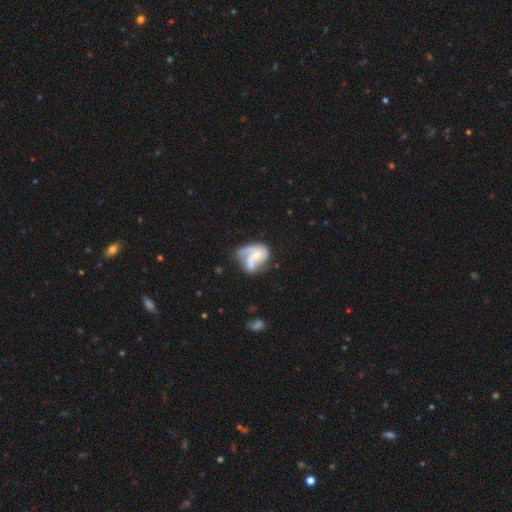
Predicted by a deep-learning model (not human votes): Smooth or featured? featured or disk (73%)
Edge-on disk? no (98%)
Bar? no (62%)
Spiral arms? yes (85%)
Spiral winding? medium (44%)
Spiral arm count? 2 (47%)
Bulge size? moderate (47%)
Merging? none (30%)